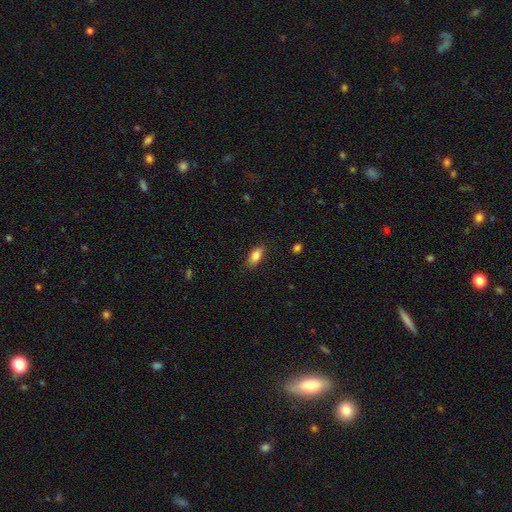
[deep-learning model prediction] smooth 82%, featured or disk 11%, star or artifact 7%. Down the decision tree: how rounded — in between (84%); merging — none (84%).